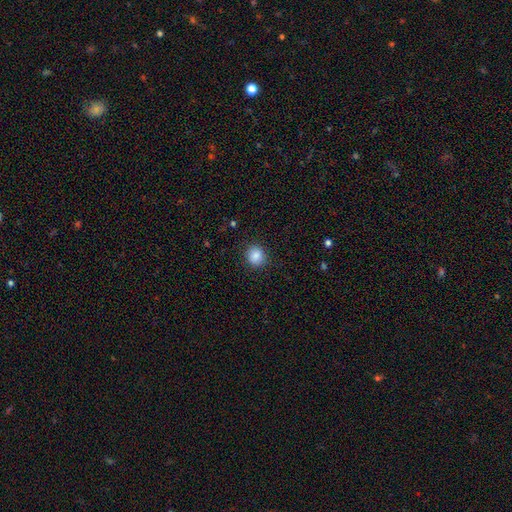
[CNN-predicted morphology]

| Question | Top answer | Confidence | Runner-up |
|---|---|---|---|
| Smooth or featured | smooth | 86% | star or artifact (9%) |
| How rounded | round | 84% | in between (15%) |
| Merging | none | 89% | minor disturbance (8%) |